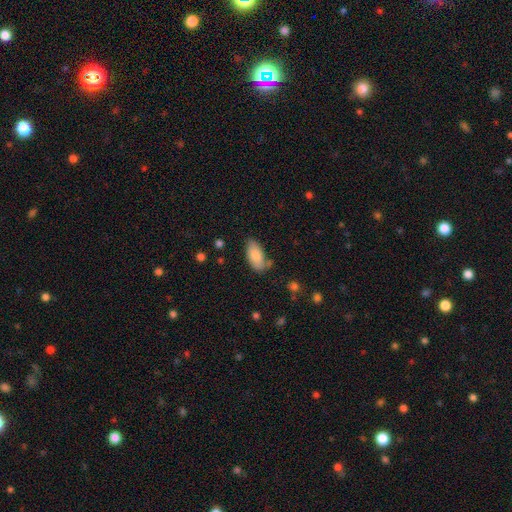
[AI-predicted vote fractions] Q: Smooth or featured?
A: smooth (81%); runner-up: featured or disk (12%)
Q: How rounded?
A: in between (92%); runner-up: cigar-shaped (5%)
Q: Merging?
A: none (62%); runner-up: minor disturbance (26%)